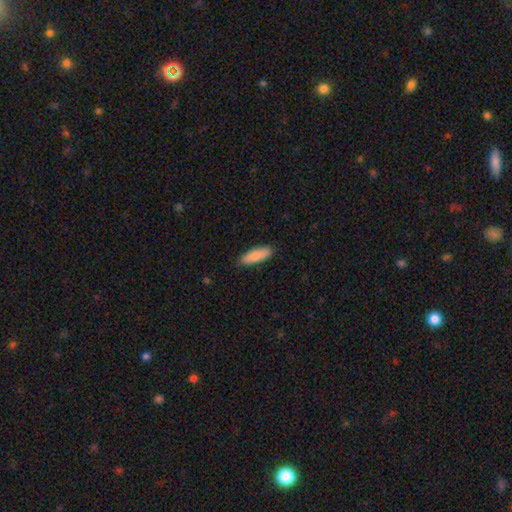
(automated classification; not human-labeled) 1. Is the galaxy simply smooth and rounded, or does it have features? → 89% smooth, 6% star or artifact, 5% featured or disk.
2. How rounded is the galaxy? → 57% in between, 41% cigar-shaped, 2% round.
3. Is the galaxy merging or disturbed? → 88% none, 10% minor disturbance, 2% major disturbance, 1% merger.